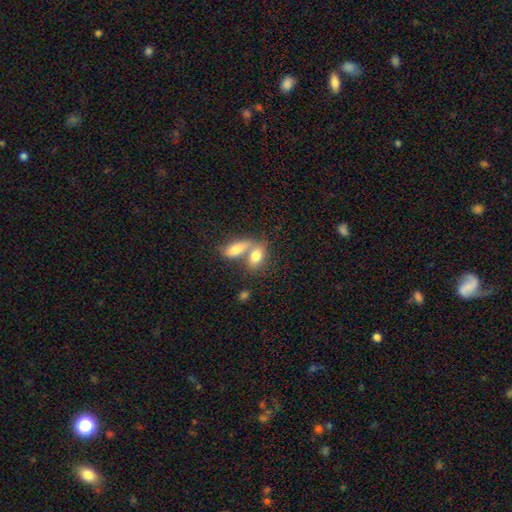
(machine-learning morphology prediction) Smooth or featured: smooth — 78% (featured or disk — 15%)
How rounded: in between — 84% (round — 8%)
Merging: merger — 63% (none — 27%)